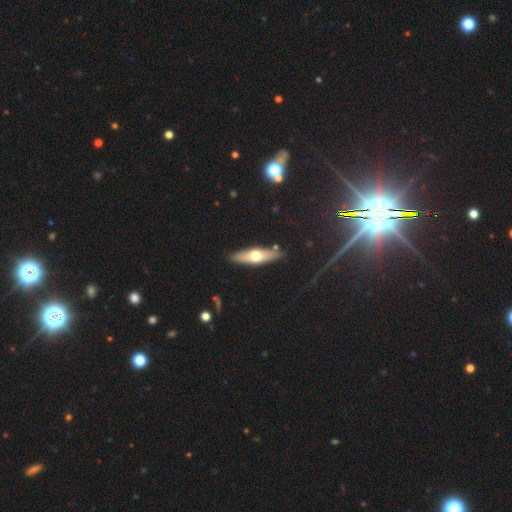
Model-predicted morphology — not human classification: This appears to be a featured or disk galaxy (51%) viewed edge-on (87%). Merging: none (87%).